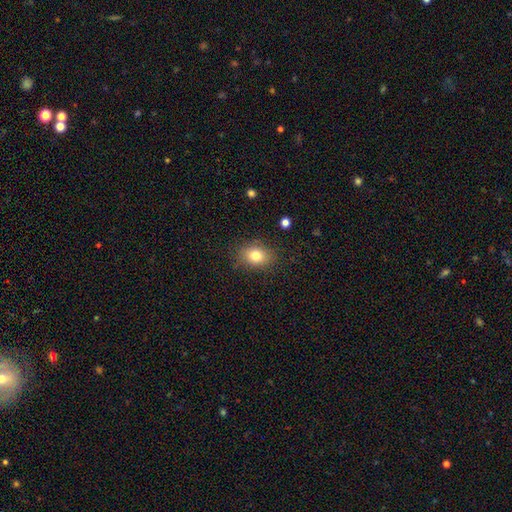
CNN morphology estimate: A smooth galaxy with no disk features (80%) that is in between round and cigar-shaped (58%). Merging: none (82%).